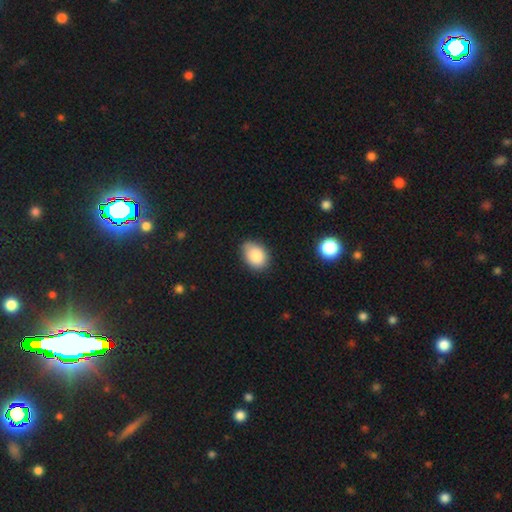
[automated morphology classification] Smooth or featured: smooth — 87% (star or artifact — 8%)
How rounded: in between — 77% (round — 22%)
Merging: none — 76% (minor disturbance — 19%)